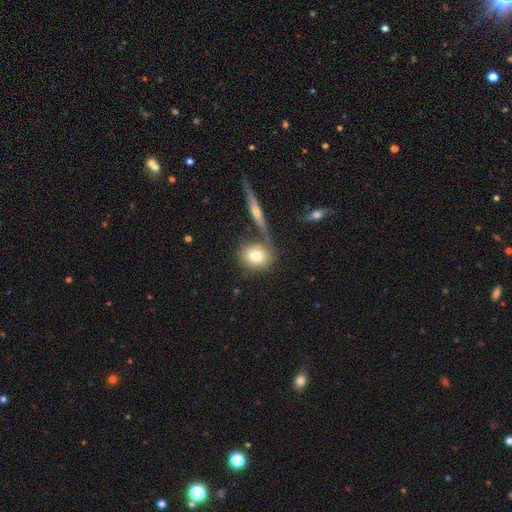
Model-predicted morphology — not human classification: Smooth or featured? Predicted: smooth (p=0.76). How rounded? Predicted: round (p=0.72). Merging? Predicted: none (p=0.64).